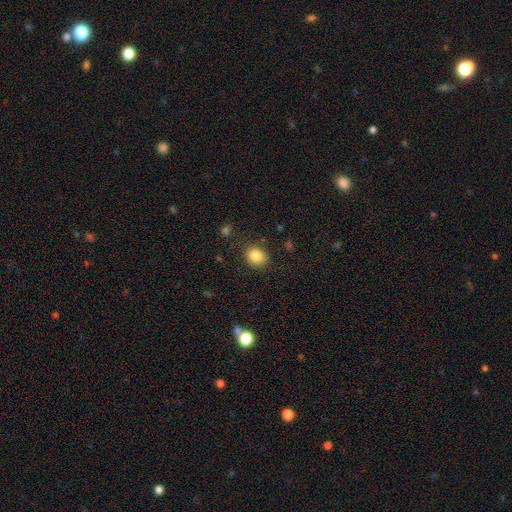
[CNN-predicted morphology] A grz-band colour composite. It shows a smooth galaxy with no disk features (84%) that is round (58%). Merging: none (85%).